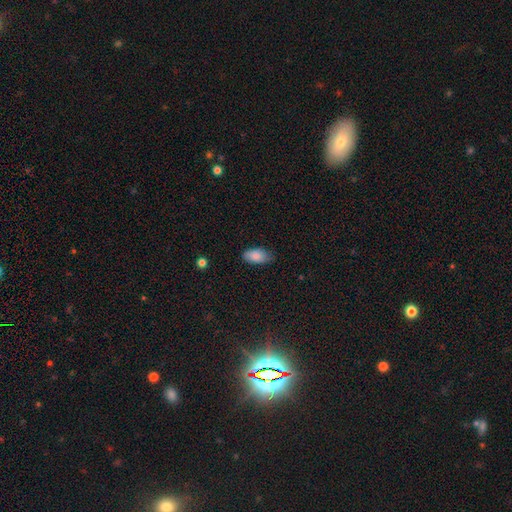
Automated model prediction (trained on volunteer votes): Overall: smooth (85%). How rounded: in between (93%). Merging: none (72%).